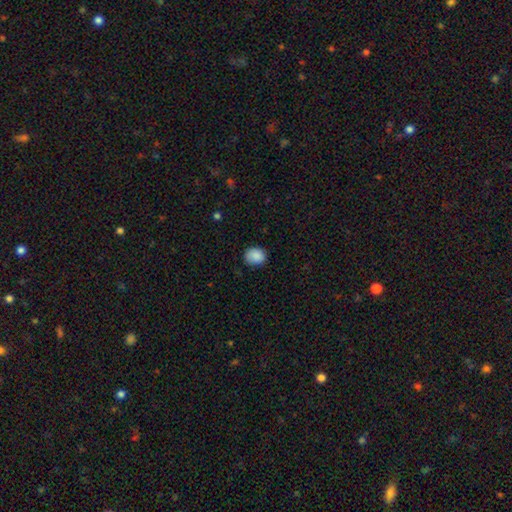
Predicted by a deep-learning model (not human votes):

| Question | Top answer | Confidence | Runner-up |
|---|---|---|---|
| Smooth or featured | smooth | 88% | star or artifact (8%) |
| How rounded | round | 58% | in between (41%) |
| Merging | none | 81% | minor disturbance (15%) |